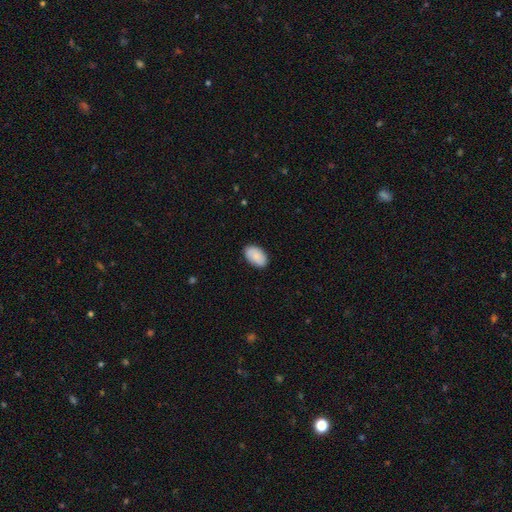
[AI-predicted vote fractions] Smooth or featured? Predicted: smooth (p=0.86). How rounded? Predicted: in between (p=0.93). Merging? Predicted: none (p=0.84).